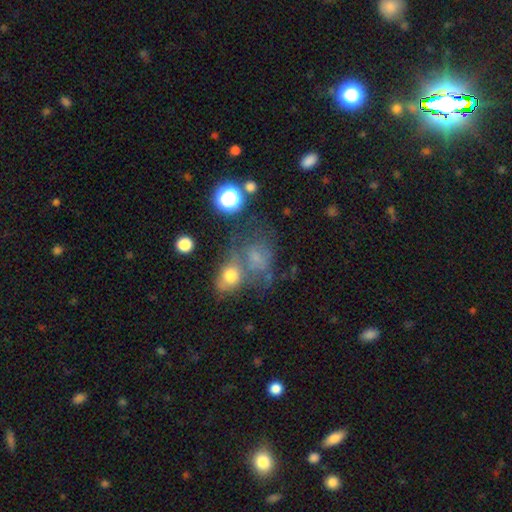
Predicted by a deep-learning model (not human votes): Q: Smooth or featured?
A: smooth (56%); runner-up: star or artifact (23%)
Q: How rounded?
A: round (55%); runner-up: in between (43%)
Q: Merging?
A: merger (39%); runner-up: none (34%)